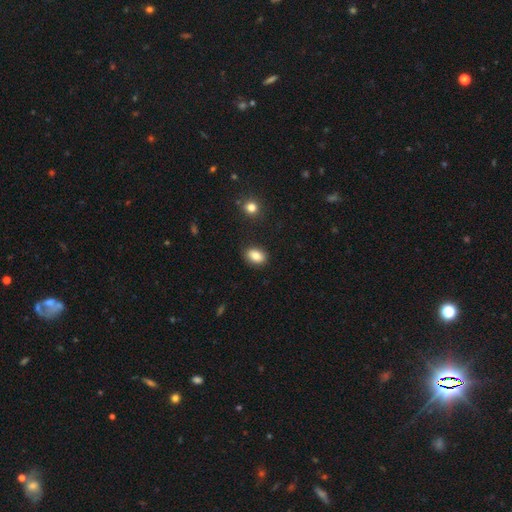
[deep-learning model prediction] This is clearly a smooth galaxy (84%). How rounded: clearly in between (80%). Merging: clearly none (86%).